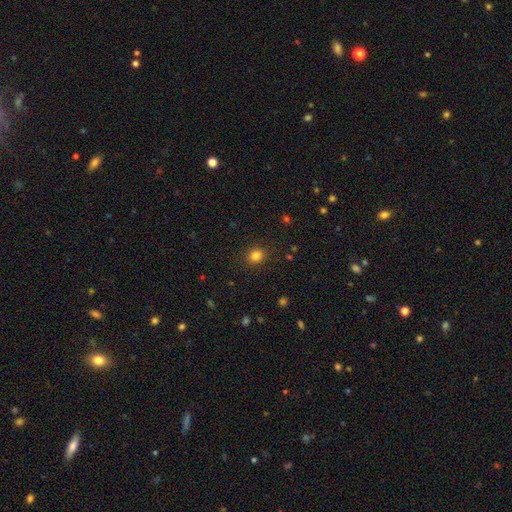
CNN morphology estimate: smooth 82%, star or artifact 12%, featured or disk 5%. Down the decision tree: how rounded — round (72%); merging — none (88%).